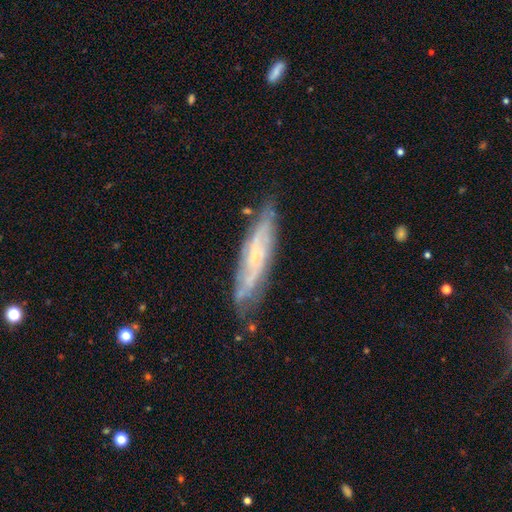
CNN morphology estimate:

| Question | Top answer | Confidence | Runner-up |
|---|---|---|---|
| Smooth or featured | featured or disk | 71% | smooth (22%) |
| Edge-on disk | no | 58% | yes (42%) |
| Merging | none | 72% | minor disturbance (21%) |